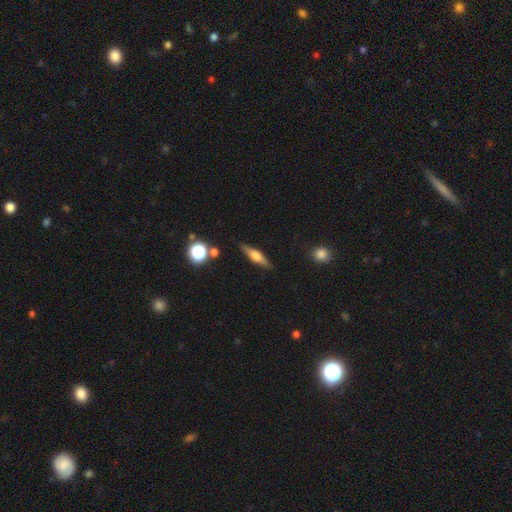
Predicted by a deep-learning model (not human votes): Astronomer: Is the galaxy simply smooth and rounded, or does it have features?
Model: featured or disk — 58% (runner-up: smooth, 35%).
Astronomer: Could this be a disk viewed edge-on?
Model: yes — 94%.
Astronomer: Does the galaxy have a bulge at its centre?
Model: rounded — 87%.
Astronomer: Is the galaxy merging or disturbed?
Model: none — 86%.